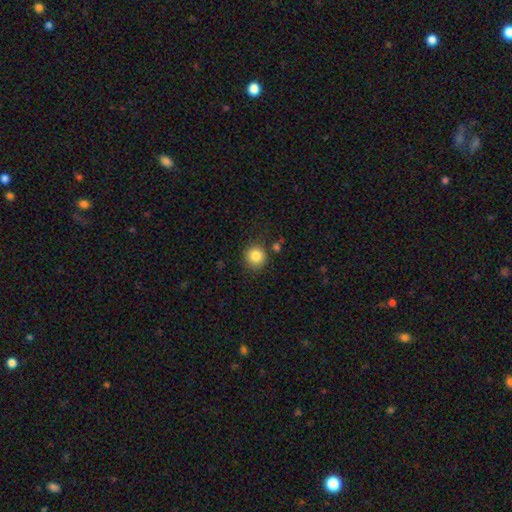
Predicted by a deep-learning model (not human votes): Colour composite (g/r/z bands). It shows a smooth galaxy with no disk features (85%) that is round (92%). Merging: none (84%).